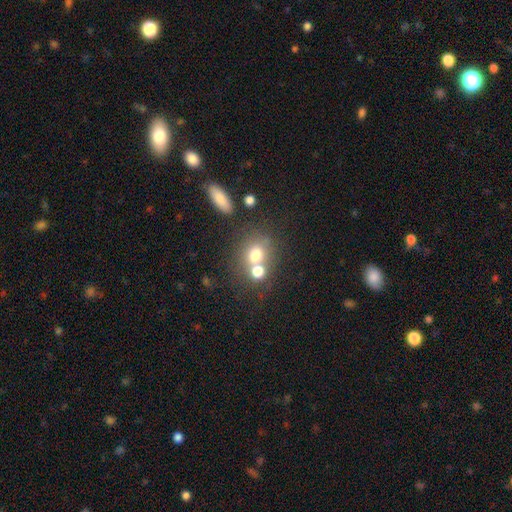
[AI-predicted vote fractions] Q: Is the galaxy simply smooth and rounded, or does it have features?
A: smooth — 71%.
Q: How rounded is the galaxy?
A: round — 74%.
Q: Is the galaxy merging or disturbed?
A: none — 46%.